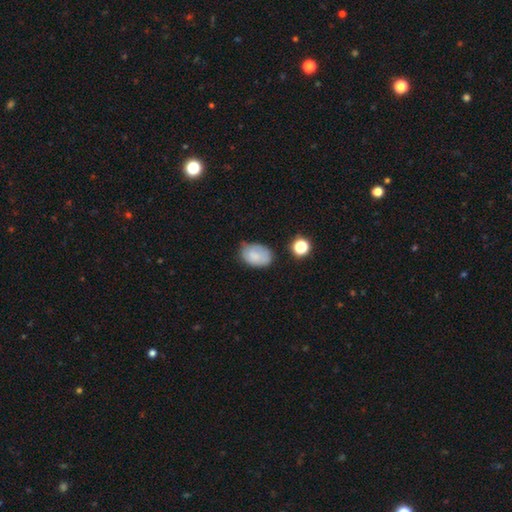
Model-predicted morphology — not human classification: Smooth or featured? Predicted: smooth (p=0.78). How rounded? Predicted: in between (p=0.82). Merging? Predicted: none (p=0.56).